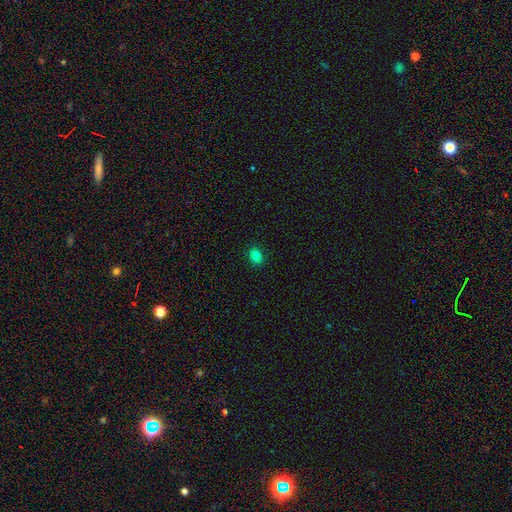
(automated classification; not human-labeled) smooth_or_featured: smooth (p=0.81) [alt: star or artifact p=0.13]
how_rounded: in between (p=0.57) [alt: round p=0.42]
merging: none (p=0.90) [alt: minor disturbance p=0.08]